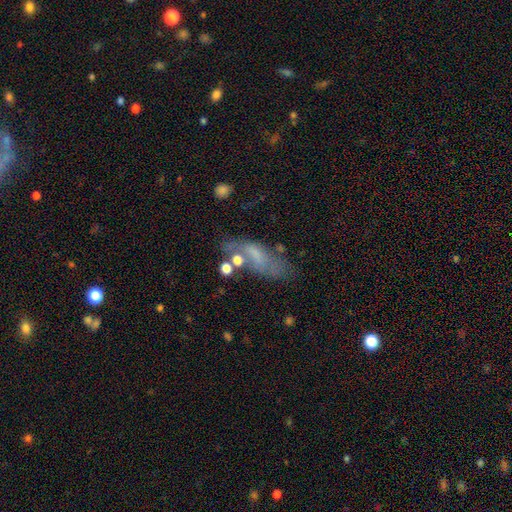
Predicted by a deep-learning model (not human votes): smooth 49%, featured or disk 38%, star or artifact 13%. Down the decision tree: merging — none (46%).